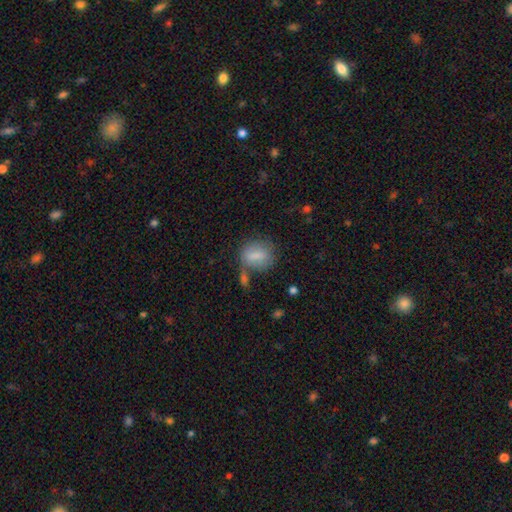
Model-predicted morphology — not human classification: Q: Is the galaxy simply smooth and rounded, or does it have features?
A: smooth — 75%.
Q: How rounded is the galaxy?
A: in between — 52%.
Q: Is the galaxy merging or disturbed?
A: none — 54%.